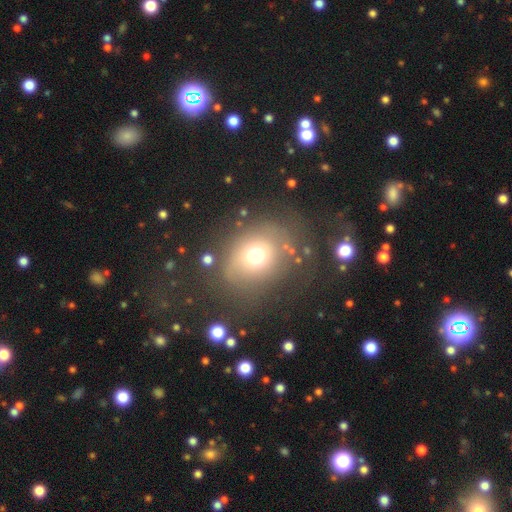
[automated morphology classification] Smooth or featured? smooth (66%)
How rounded? round (71%)
Merging? none (66%)